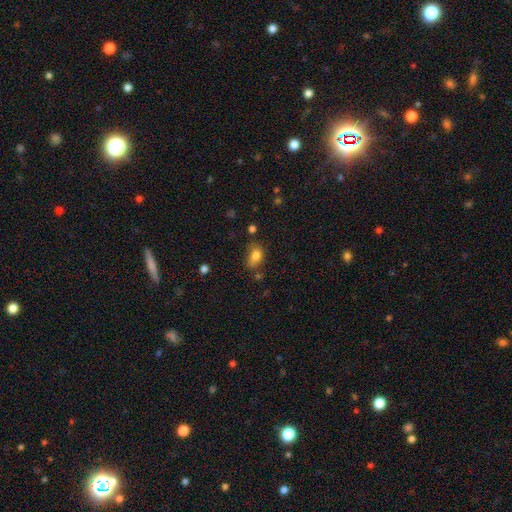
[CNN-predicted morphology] This is clearly a smooth galaxy (80%). How rounded: likely in between (77%). Merging: possibly none (59%).